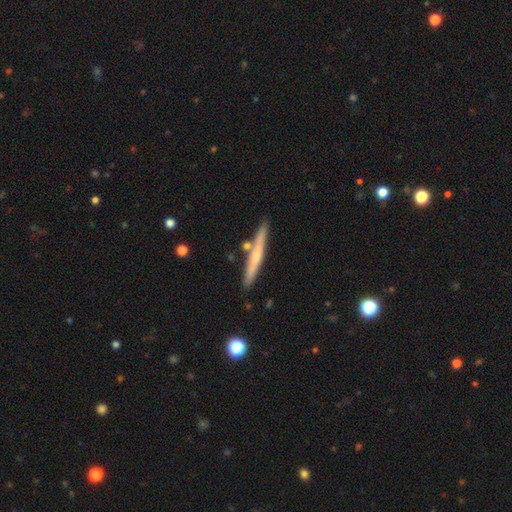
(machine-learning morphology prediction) Smooth or featured? smooth (52%)
How rounded? cigar-shaped (96%)
Merging? none (84%)